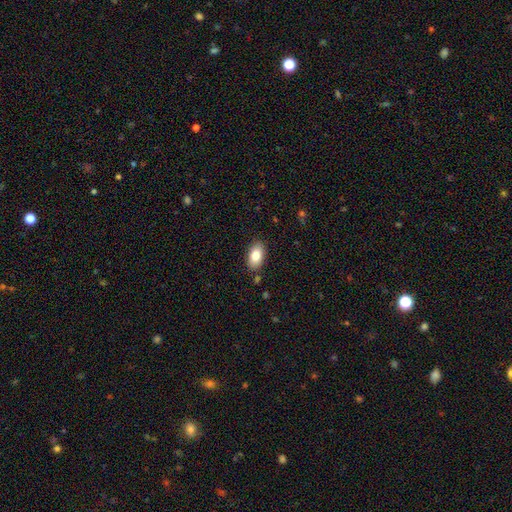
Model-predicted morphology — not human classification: Smooth or featured?
  - smooth: 84% *
  - featured or disk: 9%
  - star or artifact: 7%
How rounded?
  - in between: 93% *
  - round: 5%
  - cigar-shaped: 2%
Merging?
  - none: 86% *
  - minor disturbance: 10%
  - major disturbance: 2%
  - merger: 2%